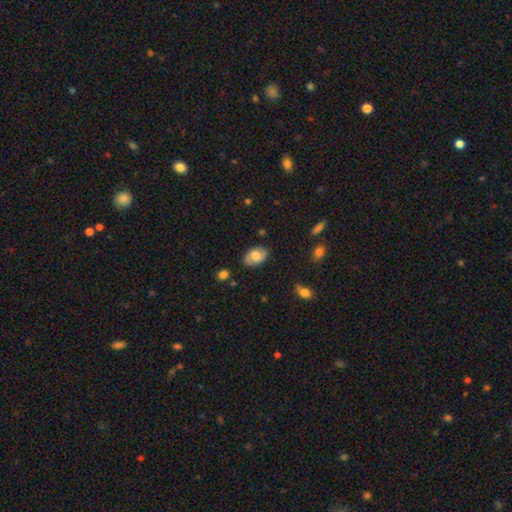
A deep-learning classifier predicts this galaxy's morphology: Smooth or featured: smooth — 59% (featured or disk — 34%)
How rounded: in between — 87% (round — 12%)
Merging: none — 80% (minor disturbance — 15%)